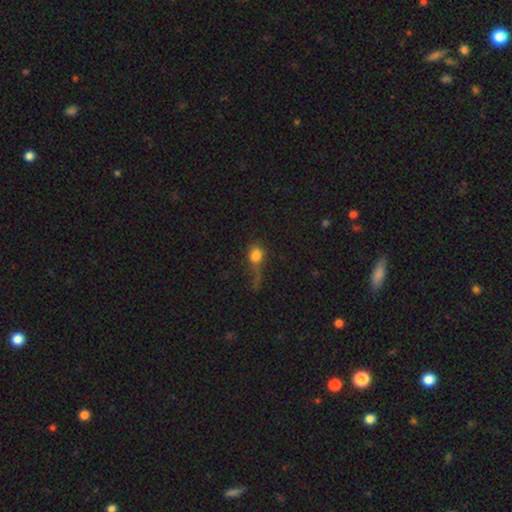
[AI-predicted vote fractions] Morphology: type=smooth (75%); roundness=round (51%); merging=major disturbance (46%).